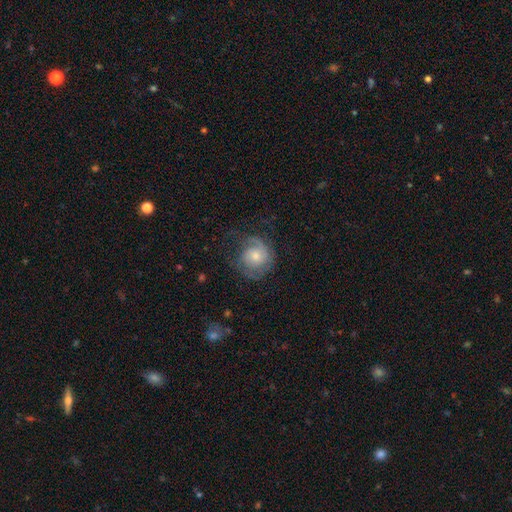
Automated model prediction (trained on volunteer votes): A featured or disk galaxy (62%) with no bar (76%), 2 (42%) tight (46%) spiral arms (88%) and a moderate central bulge (48%). Merging: none (59%).